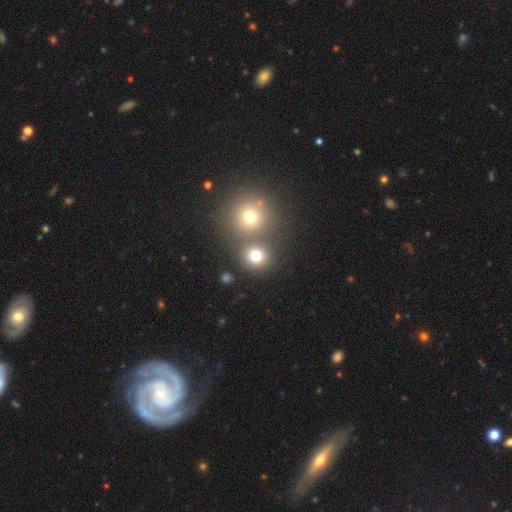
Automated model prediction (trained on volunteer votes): Smooth or featured? smooth (75%)
How rounded? round (87%)
Merging? none (59%)